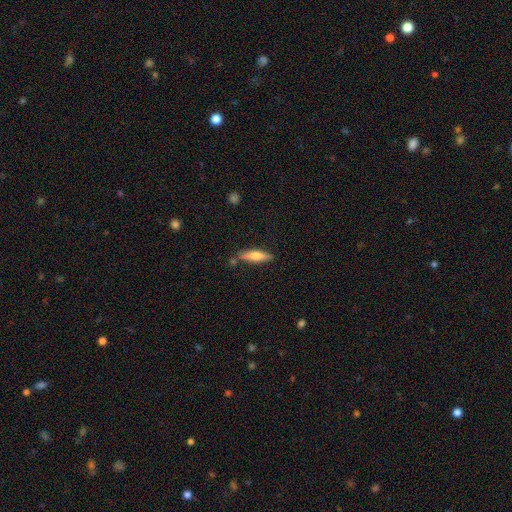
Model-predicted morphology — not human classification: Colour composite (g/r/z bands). It shows a smooth galaxy with no disk features (53%) that is cigar-shaped (72%). Merging: none (76%).